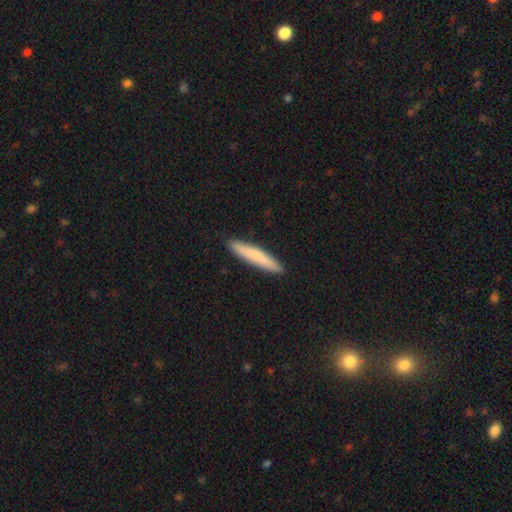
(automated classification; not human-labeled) A smooth galaxy with no disk features (78%) that is cigar-shaped (93%). Merging: none (91%).